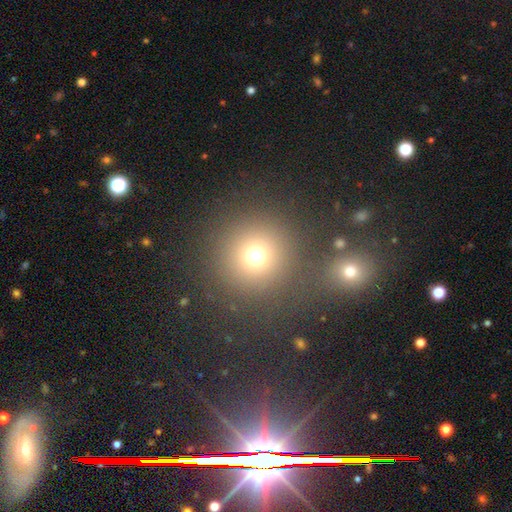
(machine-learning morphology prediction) A smooth galaxy with no disk features (70%) that is round (94%). Merging: none (79%).